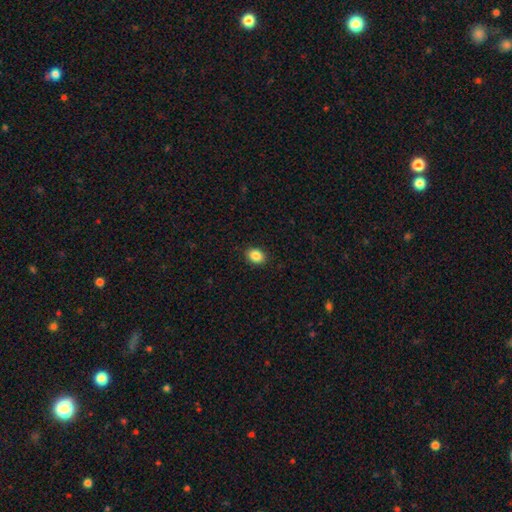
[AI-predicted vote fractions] This appears to be a smooth galaxy with no disk features (87%) that is in between round and cigar-shaped (61%). Merging: none (91%).